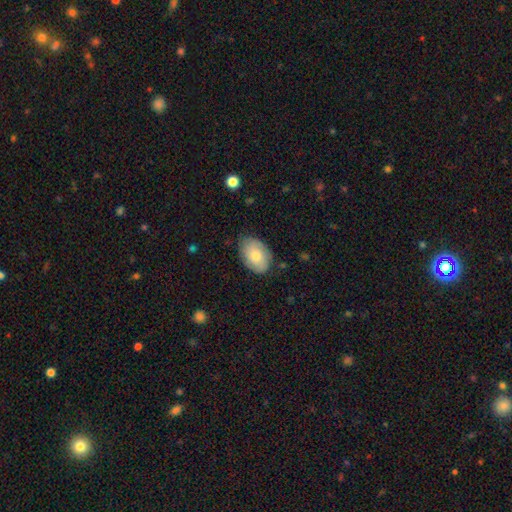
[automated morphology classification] type=smooth (73%); roundness=in between (85%); merging=none (77%).